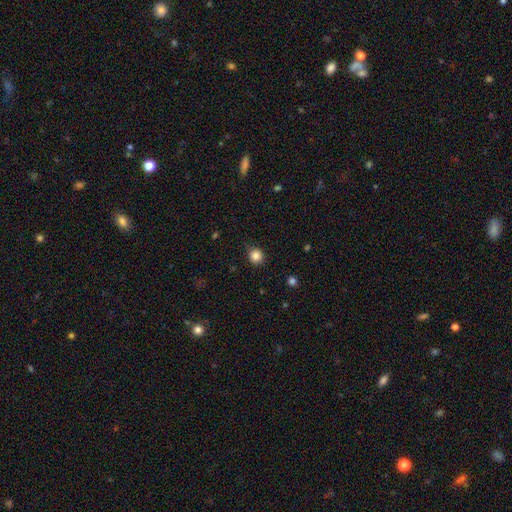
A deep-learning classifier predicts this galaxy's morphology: Smooth or featured? Predicted: smooth (p=0.84). How rounded? Predicted: round (p=0.91). Merging? Predicted: none (p=0.84).